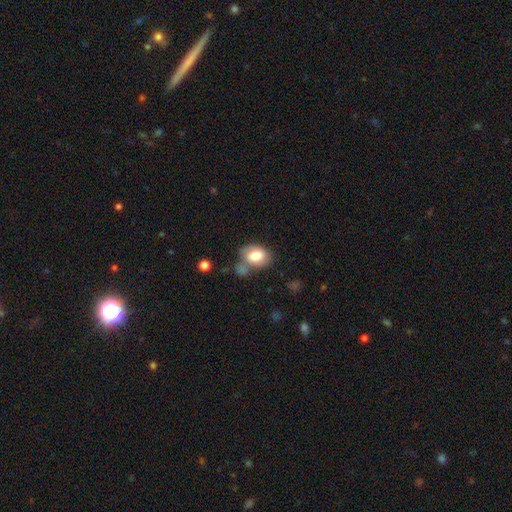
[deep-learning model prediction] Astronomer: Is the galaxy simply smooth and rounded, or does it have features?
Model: smooth — 74%.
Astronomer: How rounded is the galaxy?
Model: in between — 77%.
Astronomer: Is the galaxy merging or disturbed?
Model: none — 46% (runner-up: minor disturbance, 23%).